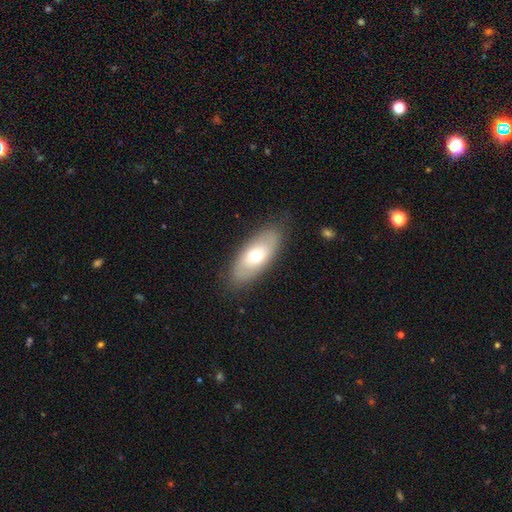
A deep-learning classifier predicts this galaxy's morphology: Smooth or featured? Predicted: smooth (p=0.61). How rounded? Predicted: in between (p=0.86). Merging? Predicted: none (p=0.83).